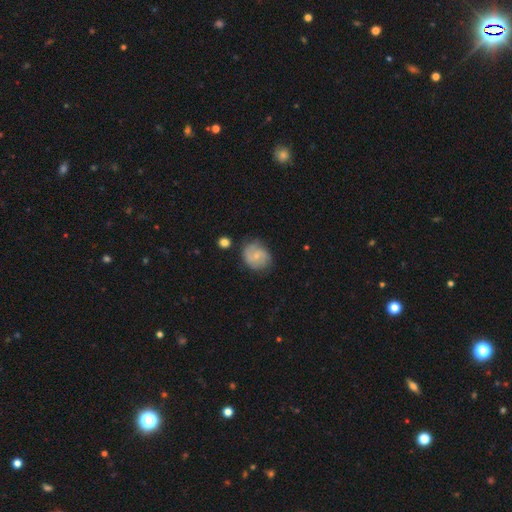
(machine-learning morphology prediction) smooth_or_featured: featured or disk (p=0.48) [alt: smooth p=0.45]
merging: none (p=0.66) [alt: minor disturbance p=0.24]